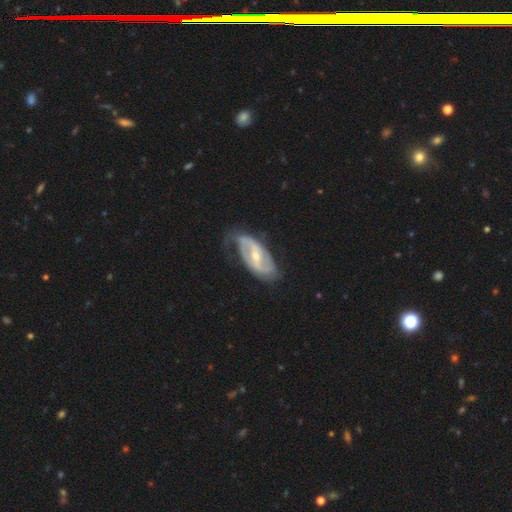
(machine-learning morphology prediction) Q: Smooth or featured?
A: featured or disk (83%); runner-up: smooth (13%)
Q: Edge-on disk?
A: no (94%); runner-up: yes (6%)
Q: Bar?
A: weak (42%); runner-up: strong (38%)
Q: Spiral arms?
A: yes (90%); runner-up: no (10%)
Q: Spiral winding?
A: medium (42%); runner-up: loose (32%)
Q: Spiral arm count?
A: 2 (79%); runner-up: can't tell (11%)
Q: Bulge size?
A: small (50%); runner-up: moderate (46%)
Q: Merging?
A: none (57%); runner-up: minor disturbance (27%)